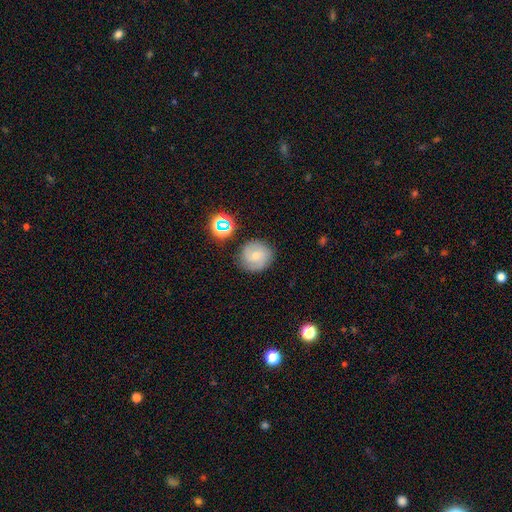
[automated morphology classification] Smooth or featured?
  - smooth: 51% *
  - featured or disk: 38%
  - star or artifact: 12%
How rounded?
  - round: 91% *
  - in between: 8%
  - cigar-shaped: 1%
Merging?
  - none: 80% *
  - minor disturbance: 13%
  - merger: 4%
  - major disturbance: 4%